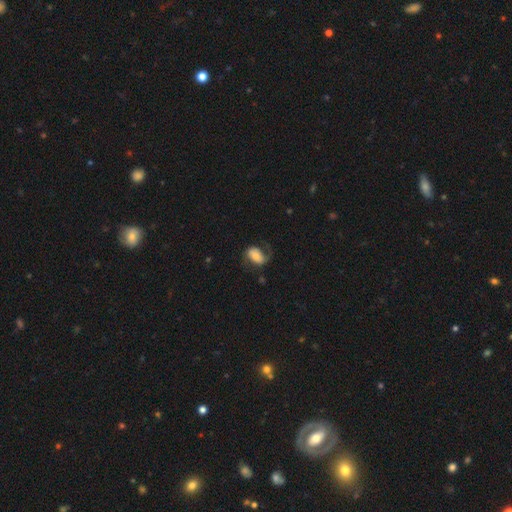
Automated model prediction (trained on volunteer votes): Smooth or featured: featured or disk — 51% (smooth — 41%)
Edge-on disk: no — 96% (yes — 4%)
Merging: none — 52% (major disturbance — 24%)